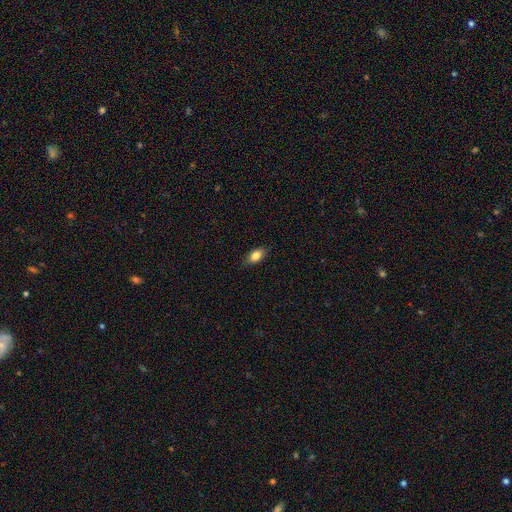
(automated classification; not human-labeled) Smooth or featured?
  - smooth: 83% *
  - featured or disk: 9%
  - star or artifact: 8%
How rounded?
  - in between: 87% *
  - round: 8%
  - cigar-shaped: 5%
Merging?
  - none: 83% *
  - minor disturbance: 13%
  - major disturbance: 3%
  - merger: 1%